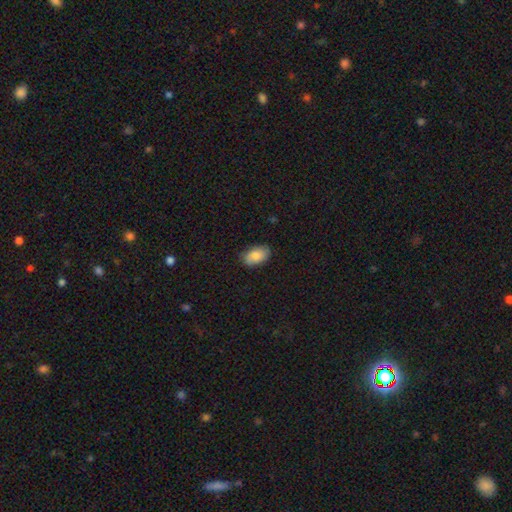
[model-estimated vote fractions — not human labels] Smooth or featured: smooth — 82% (featured or disk — 12%)
How rounded: in between — 92% (round — 6%)
Merging: none — 80% (minor disturbance — 16%)